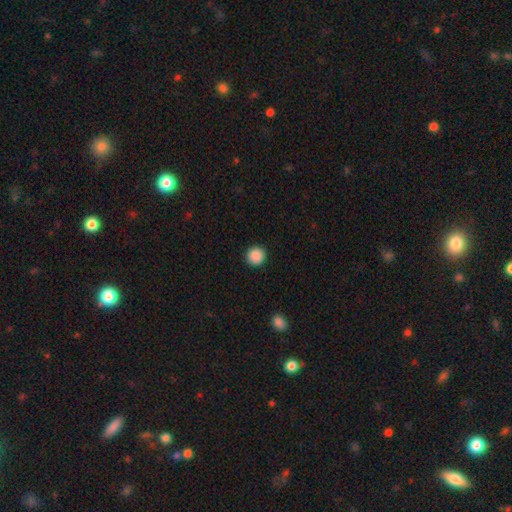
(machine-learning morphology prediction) Q: Smooth or featured?
A: smooth (89%); runner-up: star or artifact (8%)
Q: How rounded?
A: round (95%); runner-up: in between (4%)
Q: Merging?
A: none (92%); runner-up: minor disturbance (5%)